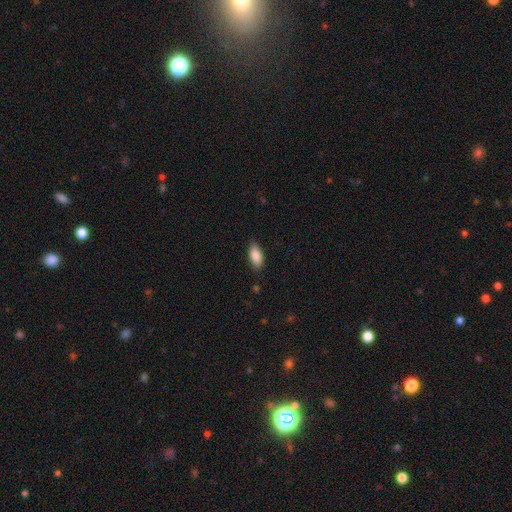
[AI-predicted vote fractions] Smooth or featured?
  - smooth: 87% *
  - star or artifact: 7%
  - featured or disk: 7%
How rounded?
  - in between: 89% *
  - cigar-shaped: 9%
  - round: 2%
Merging?
  - none: 84% *
  - minor disturbance: 12%
  - major disturbance: 2%
  - merger: 1%